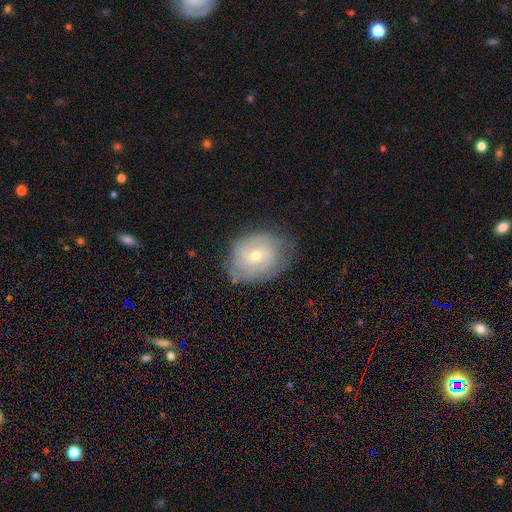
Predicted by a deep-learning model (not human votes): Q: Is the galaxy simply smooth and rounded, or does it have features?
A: featured or disk — 50%.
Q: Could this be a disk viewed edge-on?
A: no — 95%.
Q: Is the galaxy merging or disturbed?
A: none — 67%.